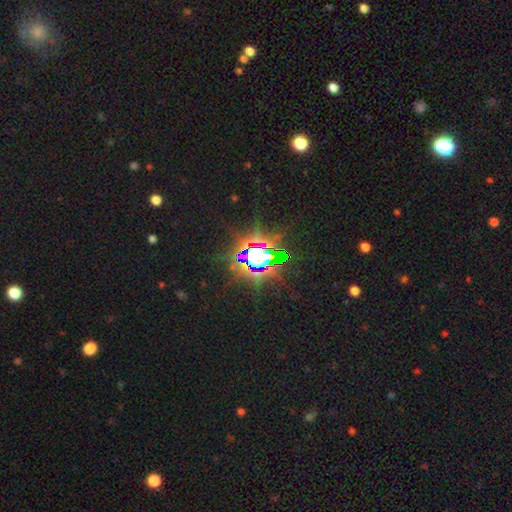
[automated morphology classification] Q: Smooth or featured?
A: star or artifact (79%); runner-up: featured or disk (11%)